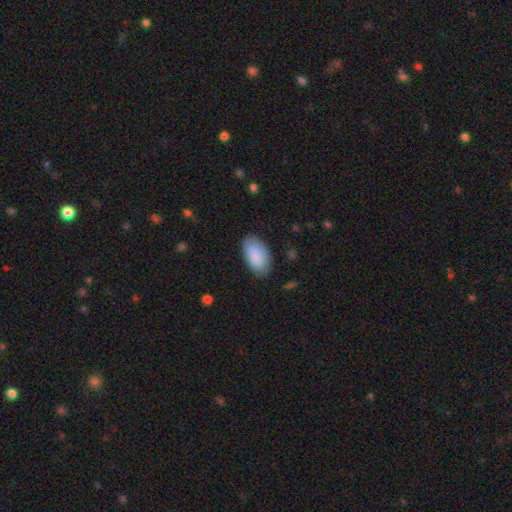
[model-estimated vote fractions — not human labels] Overall: smooth (86%). How rounded: in between (95%). Merging: none (80%).